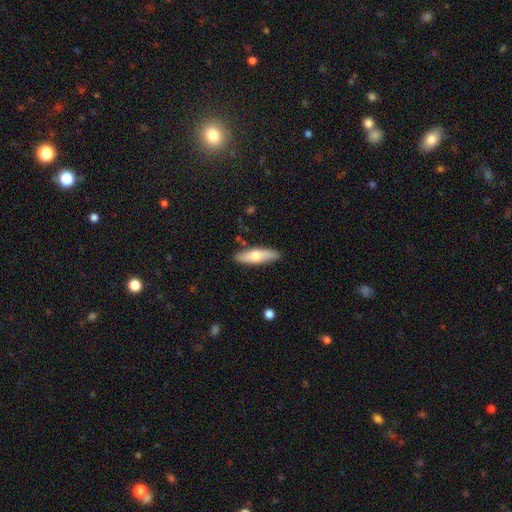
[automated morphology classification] Overall: smooth (64%; featured or disk 30%). How rounded: cigar-shaped (59%; in between 39%). Merging: none (87%).